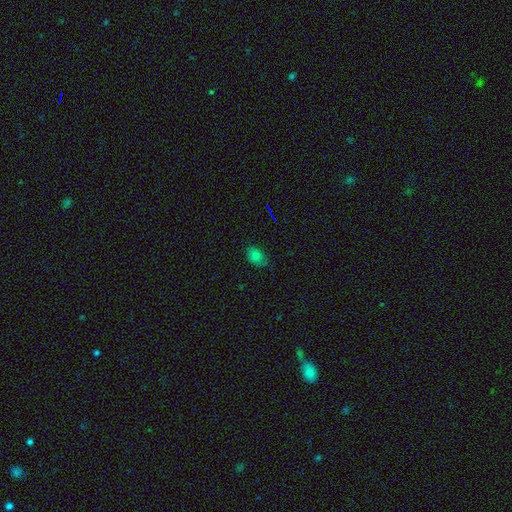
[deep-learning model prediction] Smooth or featured?
  - smooth: 74% *
  - star or artifact: 16%
  - featured or disk: 11%
How rounded?
  - in between: 80% *
  - round: 19%
  - cigar-shaped: 1%
Merging?
  - none: 73% *
  - minor disturbance: 22%
  - major disturbance: 4%
  - merger: 1%